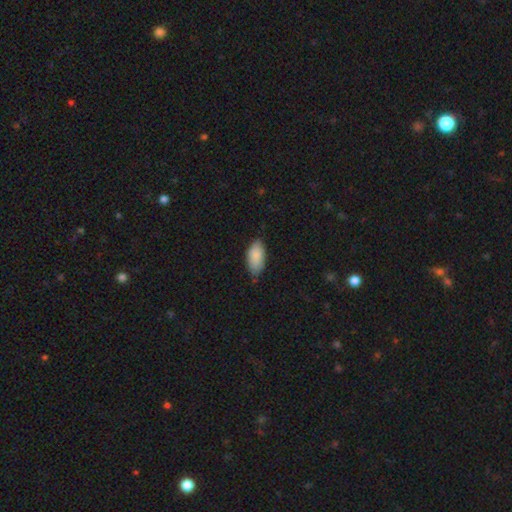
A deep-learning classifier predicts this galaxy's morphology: smooth_or_featured: smooth (p=0.87) [alt: featured or disk p=0.07]
how_rounded: in between (p=0.93) [alt: cigar-shaped p=0.05]
merging: none (p=0.70) [alt: minor disturbance p=0.25]